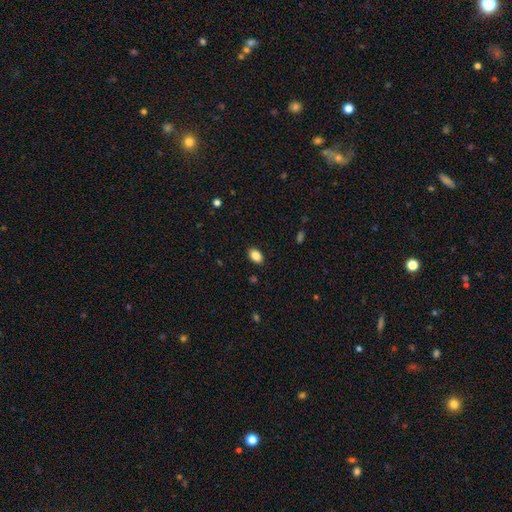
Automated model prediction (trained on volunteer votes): Smooth or featured? smooth (87%)
How rounded? in between (87%)
Merging? none (88%)